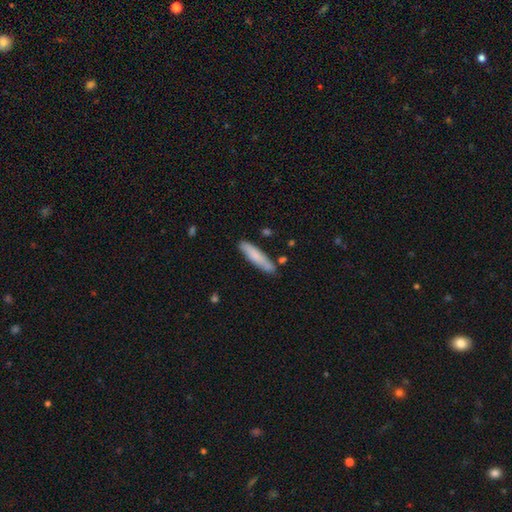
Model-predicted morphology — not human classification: smooth 78%, featured or disk 16%, star or artifact 6%. Down the decision tree: how rounded — cigar-shaped (82%); merging — none (80%).